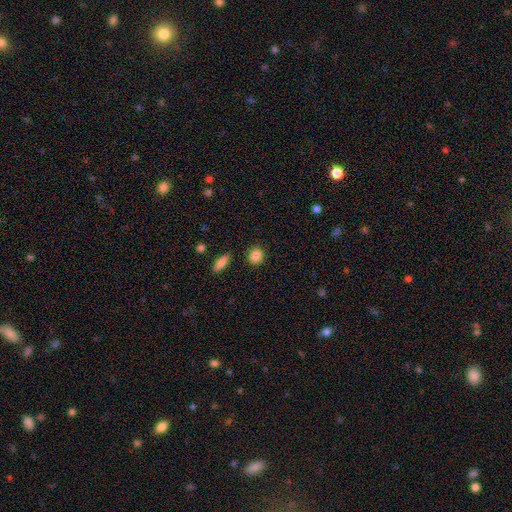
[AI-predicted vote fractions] This is clearly a smooth galaxy (87%). How rounded: clearly round (81%). Merging: clearly none (90%).